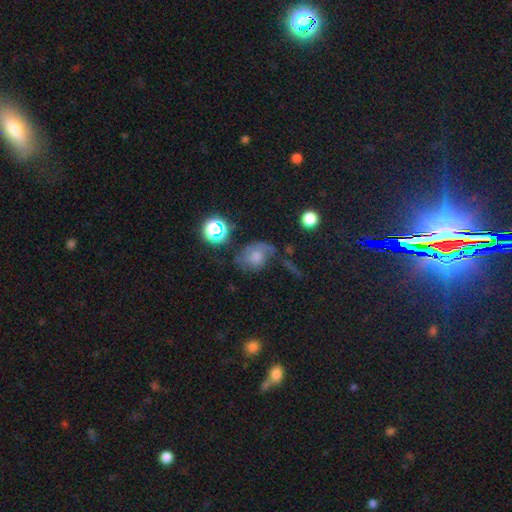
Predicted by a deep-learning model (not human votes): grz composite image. It shows a smooth galaxy with no disk features (46%). Merging: none (37%).